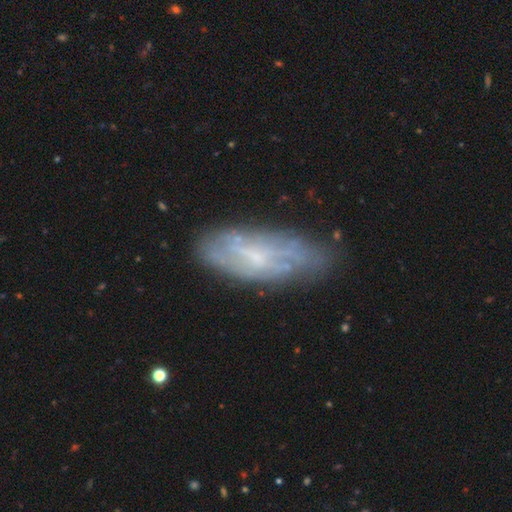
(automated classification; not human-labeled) smooth_or_featured: featured or disk (p=0.61) [alt: smooth p=0.31]
disk_edge_on: no (p=0.82) [alt: yes p=0.18]
bar: no (p=0.55) [alt: weak p=0.36]
has_spiral_arms: yes (p=0.51) [alt: no p=0.49]
bulge_size: small (p=0.55) [alt: none p=0.24]
merging: none (p=0.68) [alt: minor disturbance p=0.22]